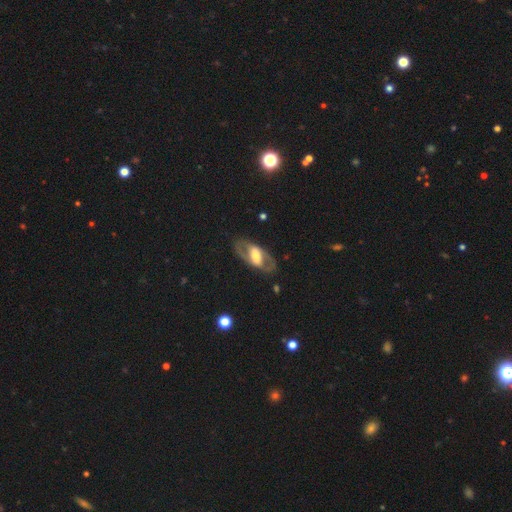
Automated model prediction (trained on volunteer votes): Smooth or featured? Predicted: featured or disk (p=0.68). Edge-on disk? Predicted: no (p=0.87). Bar? Predicted: strong (p=0.38). Spiral arms? Predicted: yes (p=0.53). Bulge size? Predicted: moderate (p=0.42). Merging? Predicted: none (p=0.77).